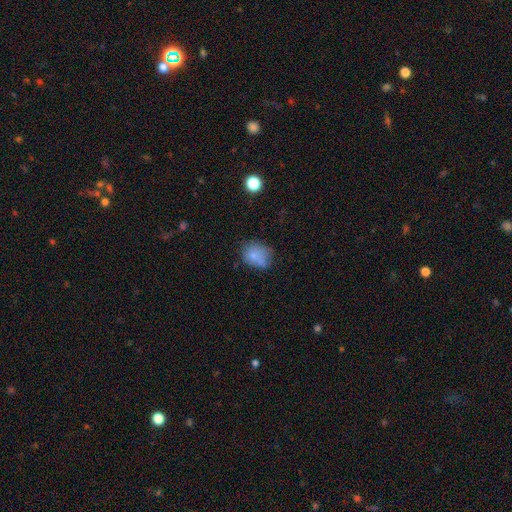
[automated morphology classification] smooth_or_featured: smooth (p=0.76) [alt: featured or disk p=0.13]
how_rounded: round (p=0.51) [alt: in between p=0.47]
merging: none (p=0.54) [alt: minor disturbance p=0.27]